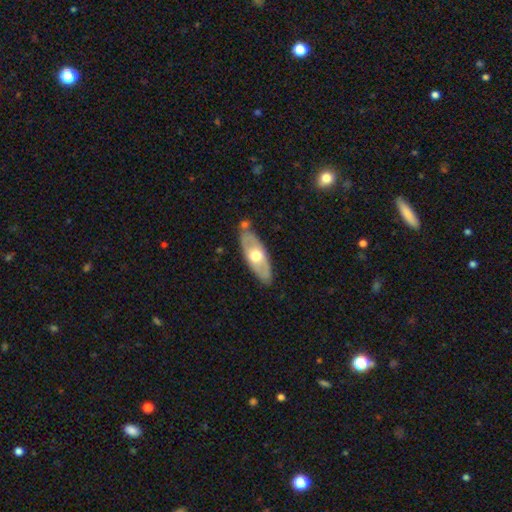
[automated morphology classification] featured or disk 49%, smooth 46%, star or artifact 5%. Down the decision tree: merging — none (79%).